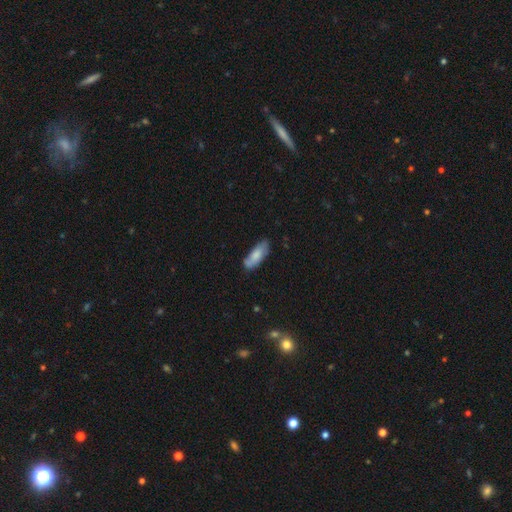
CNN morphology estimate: smooth 73%, featured or disk 21%, star or artifact 6%. Down the decision tree: how rounded — in between (71%); merging — none (66%).